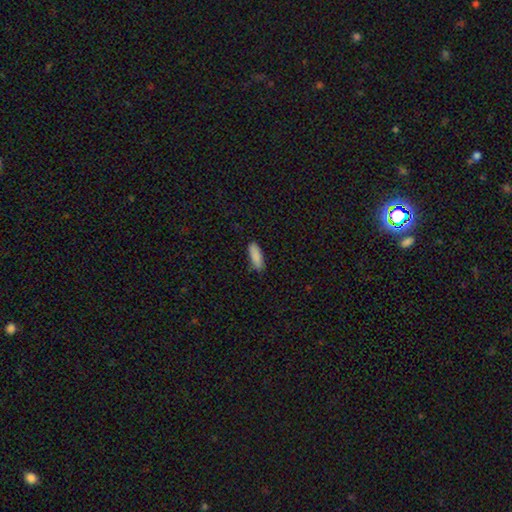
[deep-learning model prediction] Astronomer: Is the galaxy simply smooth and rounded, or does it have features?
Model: smooth — 89%.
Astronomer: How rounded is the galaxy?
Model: in between — 53% (runner-up: cigar-shaped, 46%).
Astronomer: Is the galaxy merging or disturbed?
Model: none — 85%.